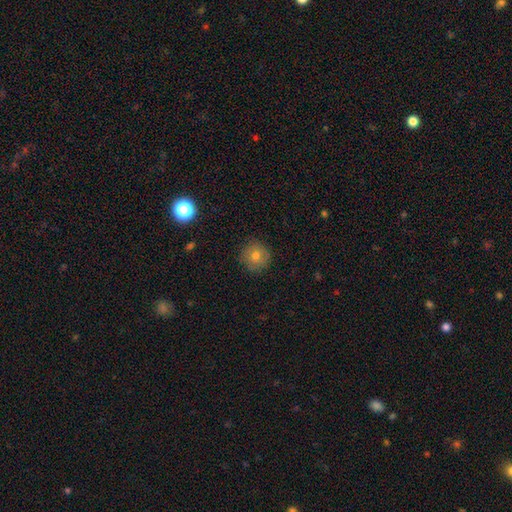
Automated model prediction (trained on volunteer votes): Smooth or featured? smooth (68%)
How rounded? round (95%)
Merging? none (89%)